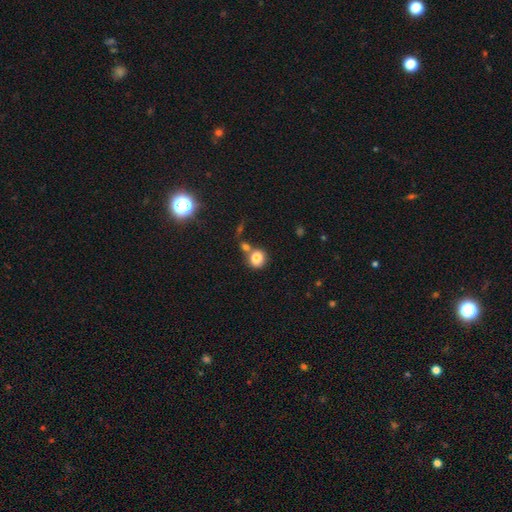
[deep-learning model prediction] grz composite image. It shows a smooth galaxy with no disk features (59%) that is round (89%). Merging: none (69%).